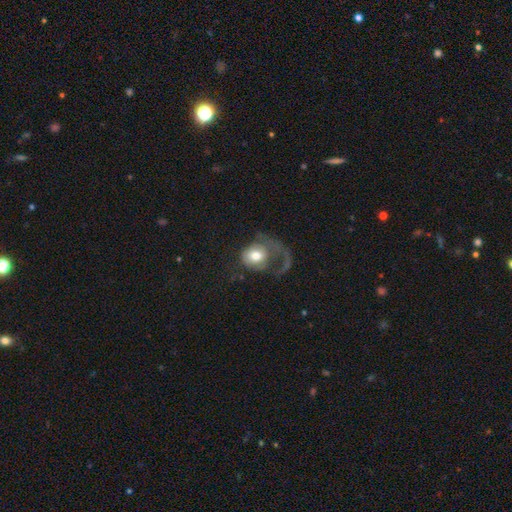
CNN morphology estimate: Smooth or featured: smooth — 56% (featured or disk — 37%)
How rounded: round — 58% (in between — 41%)
Merging: major disturbance — 66% (none — 18%)